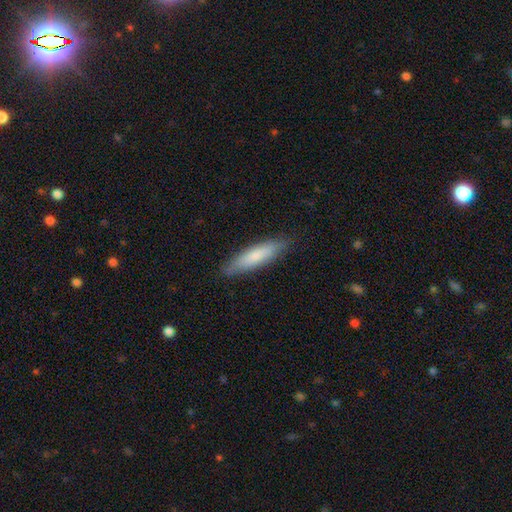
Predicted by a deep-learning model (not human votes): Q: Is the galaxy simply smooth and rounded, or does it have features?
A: smooth — 76%.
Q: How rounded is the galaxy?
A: cigar-shaped — 76%.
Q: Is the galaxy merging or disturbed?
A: none — 86%.